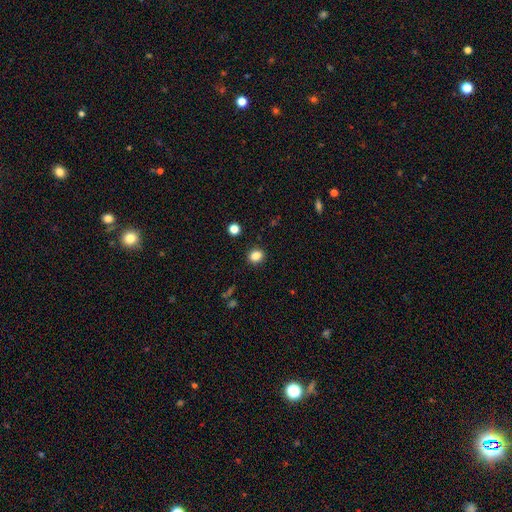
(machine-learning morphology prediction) Q: Smooth or featured?
A: smooth (84%); runner-up: star or artifact (11%)
Q: How rounded?
A: round (61%); runner-up: in between (38%)
Q: Merging?
A: none (90%); runner-up: minor disturbance (7%)